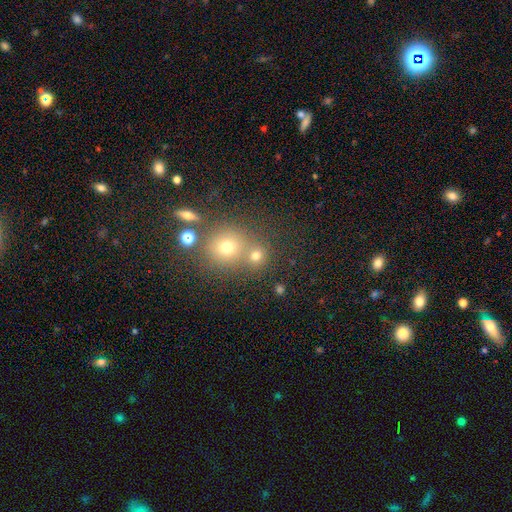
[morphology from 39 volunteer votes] smooth 87%, star or artifact 10%, featured or disk 3%. Down the decision tree: how rounded — round (82%); merging — none (54%).